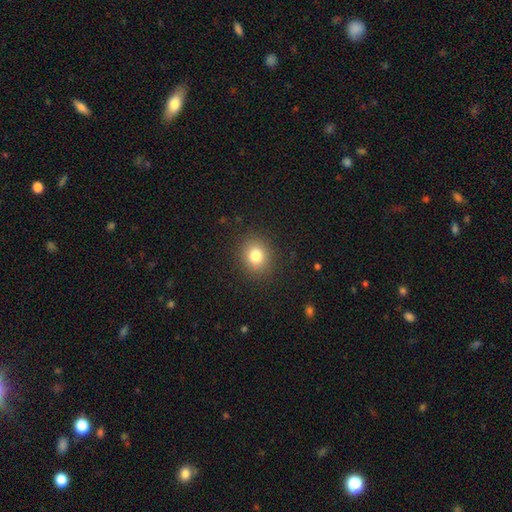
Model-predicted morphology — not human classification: This appears to be a smooth galaxy with no disk features (81%) that is round (74%). Merging: none (88%).